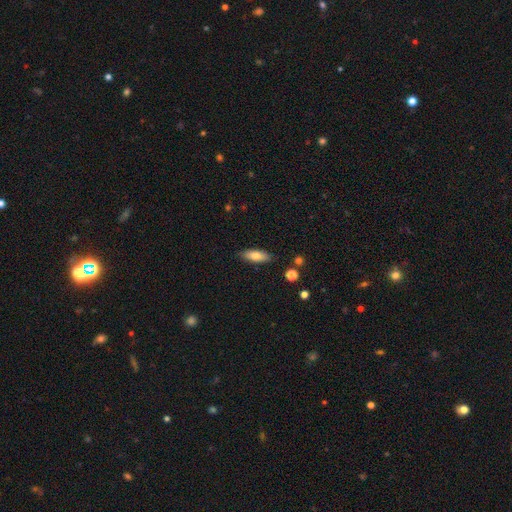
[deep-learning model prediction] Overall: smooth (76%). How rounded: in between (70%). Merging: none (87%).